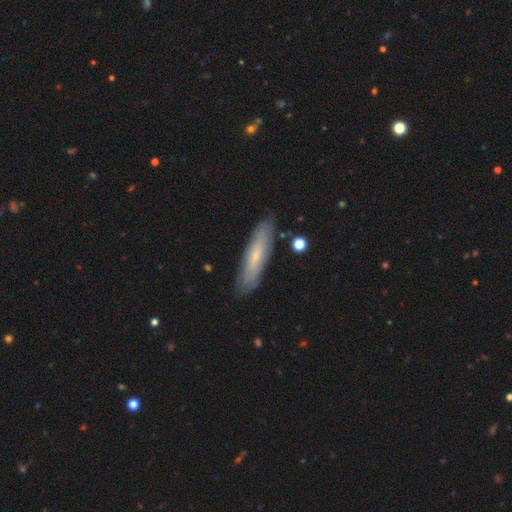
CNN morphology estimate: This appears to be a smooth galaxy with no disk features (53%) that is cigar-shaped (75%). Merging: none (85%).